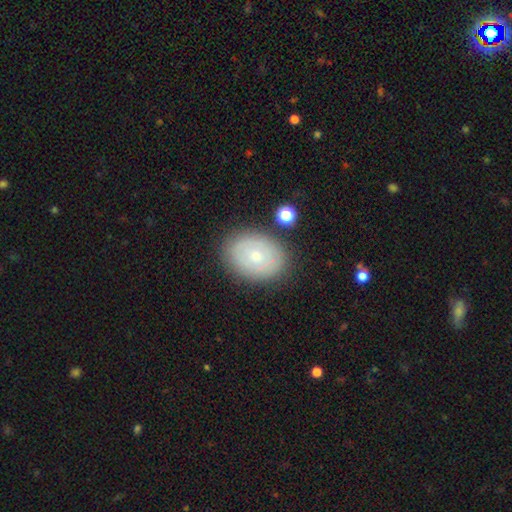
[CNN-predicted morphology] The model was most divided on "smooth or featured": smooth: 55%, featured or disk: 37%, star or artifact: 8%. More confident: merging — none (83%); how rounded — in between (67%).